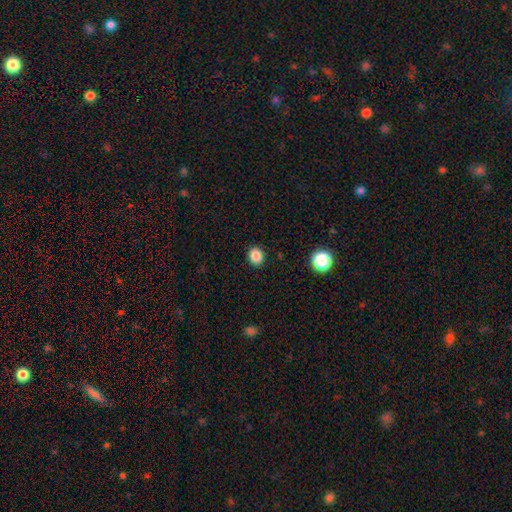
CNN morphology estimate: A smooth galaxy with no disk features (86%) that is round (67%).

Vote fractions:
- Smooth or featured? smooth: 86% / star or artifact: 11% / featured or disk: 3%
- How rounded? round: 67% / in between: 32% / cigar-shaped: 1%
- Merging? none: 90% / minor disturbance: 7% / major disturbance: 2% / merger: 1%